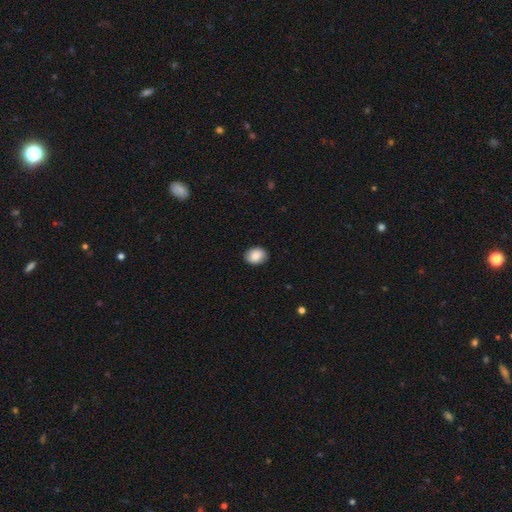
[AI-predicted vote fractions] Smooth or featured?
  - smooth: 87% *
  - star or artifact: 7%
  - featured or disk: 5%
How rounded?
  - in between: 59% *
  - round: 40%
  - cigar-shaped: 1%
Merging?
  - none: 88% *
  - minor disturbance: 9%
  - major disturbance: 2%
  - merger: 1%